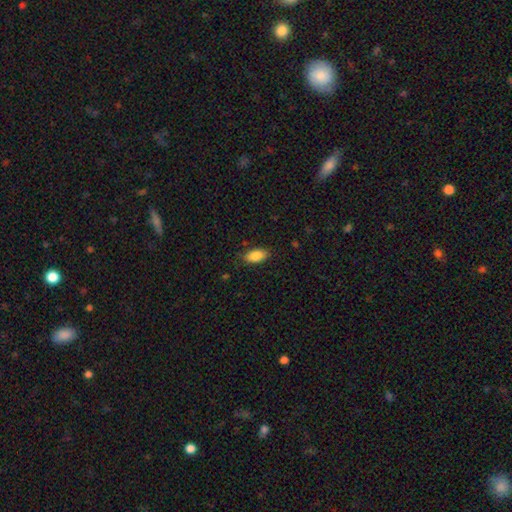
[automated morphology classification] A smooth galaxy with no disk features (87%) that is in between round and cigar-shaped (90%). Merging: none (83%).